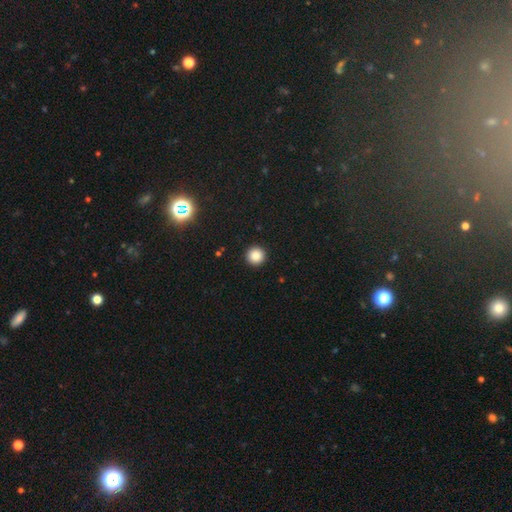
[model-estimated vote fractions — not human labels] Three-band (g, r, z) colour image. It shows a smooth galaxy with no disk features (85%) that is round (96%). Merging: none (93%).